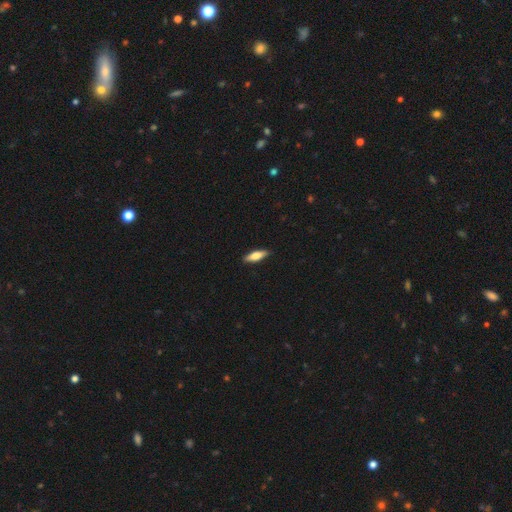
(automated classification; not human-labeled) smooth_or_featured: smooth (p=0.67) [alt: featured or disk p=0.27]
how_rounded: cigar-shaped (p=0.51) [alt: in between p=0.47]
merging: none (p=0.90) [alt: minor disturbance p=0.08]